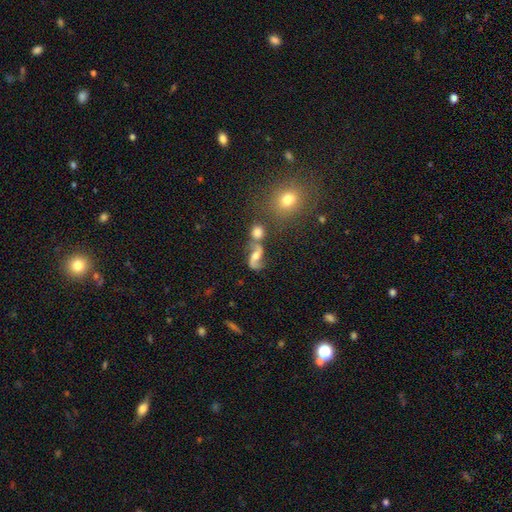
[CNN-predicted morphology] This is likely a featured or disk galaxy (77%). It is clearly not viewed edge-on (97%). Bar: possibly no (46%). Spiral arm pattern: clearly yes (93%). Spiral arm count: clearly 2 (92%). Spiral winding: likely loose (66%). Central bulge: likely moderate (60%). Merging: possibly none (51%).